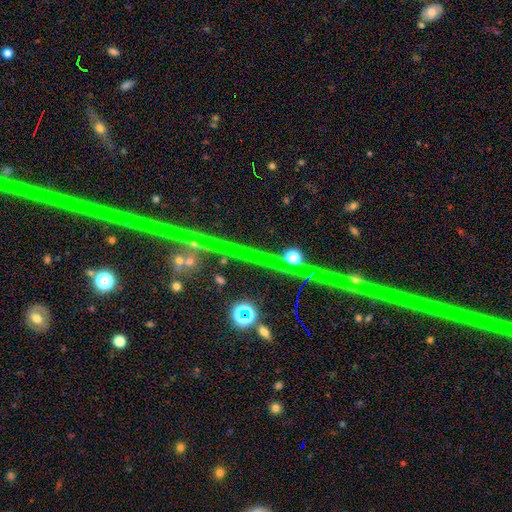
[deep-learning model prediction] The model was most divided on "smooth or featured": star or artifact: 82%, featured or disk: 12%, smooth: 6%.